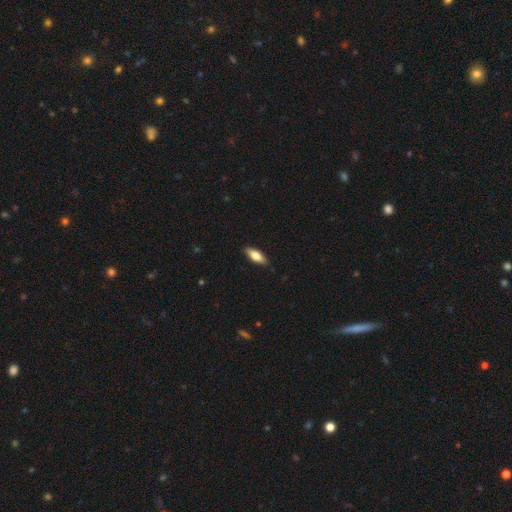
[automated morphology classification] Smooth or featured? smooth (75%)
How rounded? in between (74%)
Merging? none (88%)